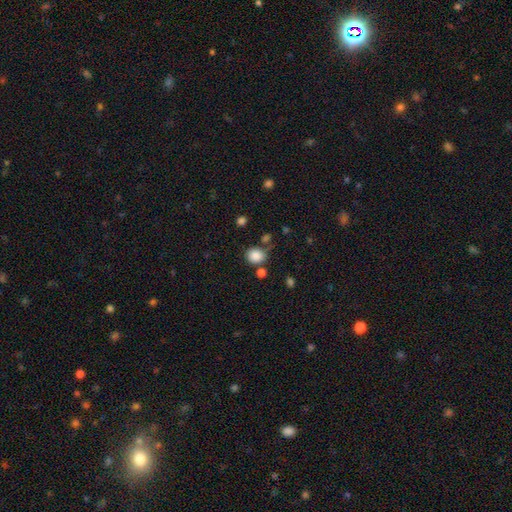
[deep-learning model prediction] This is clearly a smooth galaxy (86%). How rounded: likely round (74%). Merging: likely none (72%).